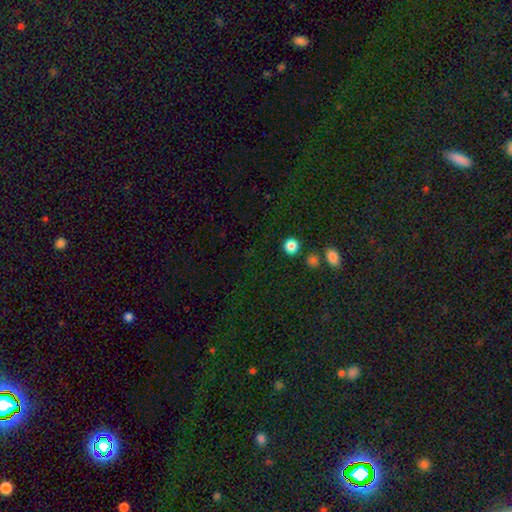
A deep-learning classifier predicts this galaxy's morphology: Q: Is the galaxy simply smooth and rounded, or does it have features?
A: star or artifact — 64%.